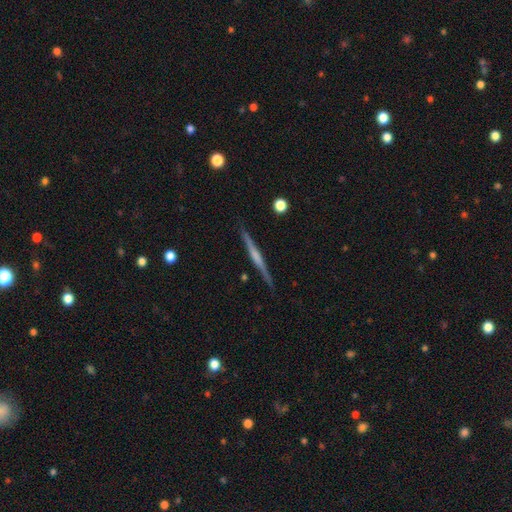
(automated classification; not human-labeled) Overall: featured or disk (70%). Edge-on disk: yes (98%). Edge-on bulge: rounded (40%; none 38%). Merging: none (90%).